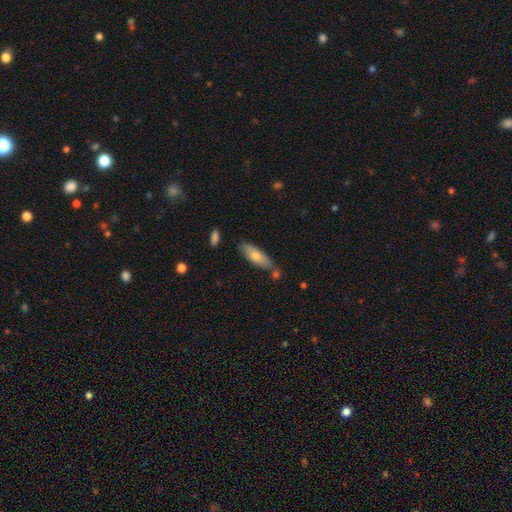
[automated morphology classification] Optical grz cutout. It shows a smooth galaxy with no disk features (71%) that is in between round and cigar-shaped (56%). Merging: none (68%).